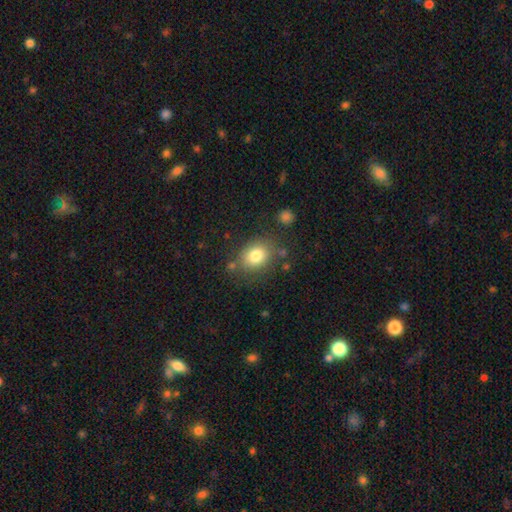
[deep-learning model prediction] smooth 79%, star or artifact 11%, featured or disk 10%. Down the decision tree: how rounded — round (52%); merging — none (76%).